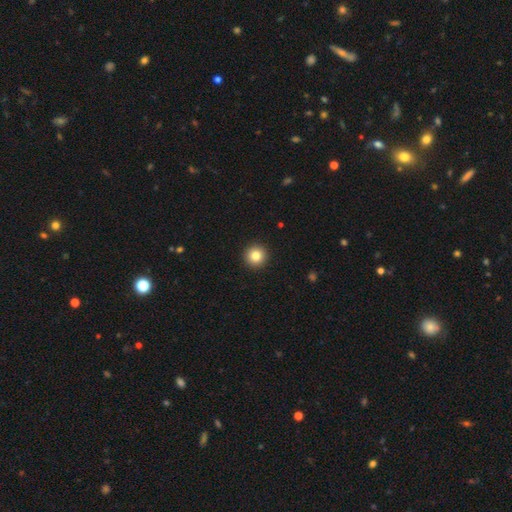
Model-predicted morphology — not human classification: Overall: smooth (83%). How rounded: round (96%). Merging: none (94%).